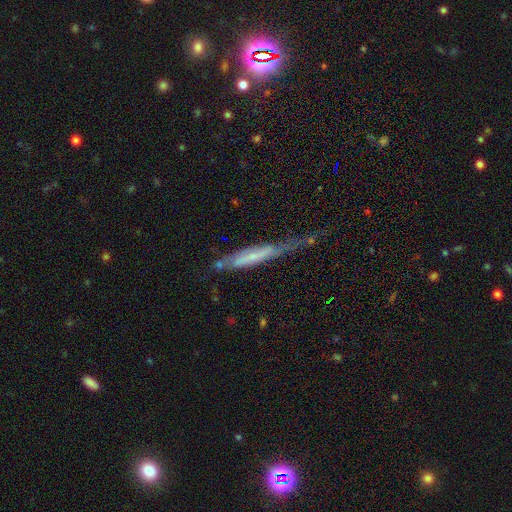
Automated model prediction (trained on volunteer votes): Q: Smooth or featured?
A: featured or disk (56%); runner-up: smooth (35%)
Q: Edge-on disk?
A: yes (78%); runner-up: no (22%)
Q: Merging?
A: none (40%); runner-up: minor disturbance (32%)